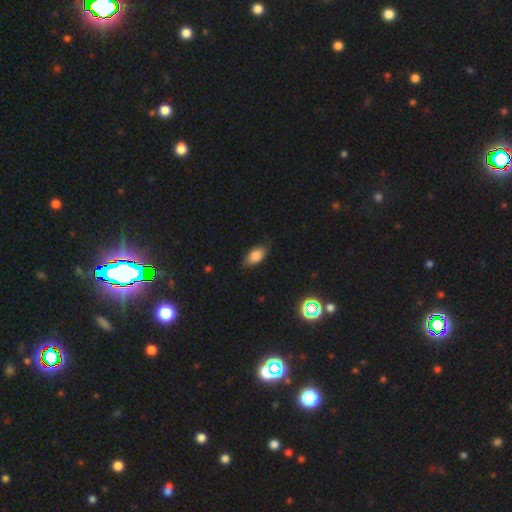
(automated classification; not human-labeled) A smooth galaxy with no disk features (81%) that is in between round and cigar-shaped (90%).

Vote fractions:
- Smooth or featured? smooth: 81% / featured or disk: 10% / star or artifact: 9%
- How rounded? in between: 90% / round: 6% / cigar-shaped: 3%
- Merging? none: 77% / minor disturbance: 19% / major disturbance: 3% / merger: 1%